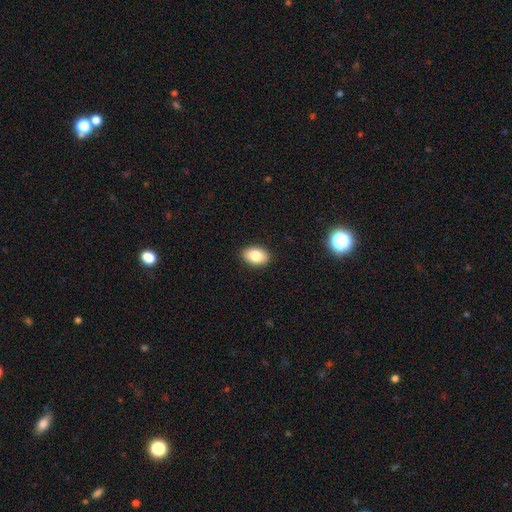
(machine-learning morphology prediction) Smooth or featured?
  - smooth: 85% *
  - star or artifact: 8%
  - featured or disk: 8%
How rounded?
  - in between: 88% *
  - round: 11%
  - cigar-shaped: 1%
Merging?
  - none: 90% *
  - minor disturbance: 8%
  - major disturbance: 2%
  - merger: 1%